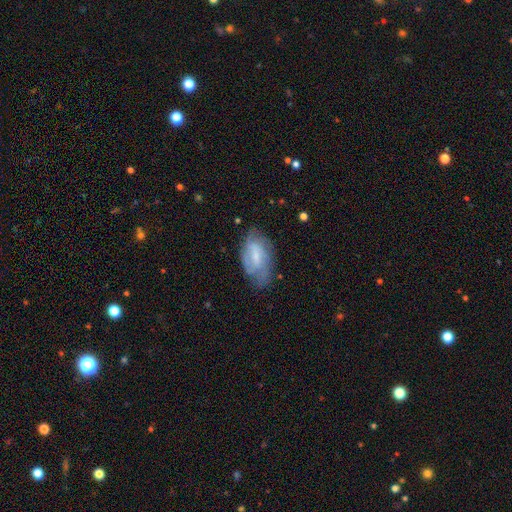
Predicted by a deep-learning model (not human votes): smooth-or-featured: featured or disk: 53% | smooth: 40% | star or artifact: 7%
  disk-edge-on: no: 93% | yes: 7%
  merging: none: 60% | minor disturbance: 28% | major disturbance: 10% | merger: 2%